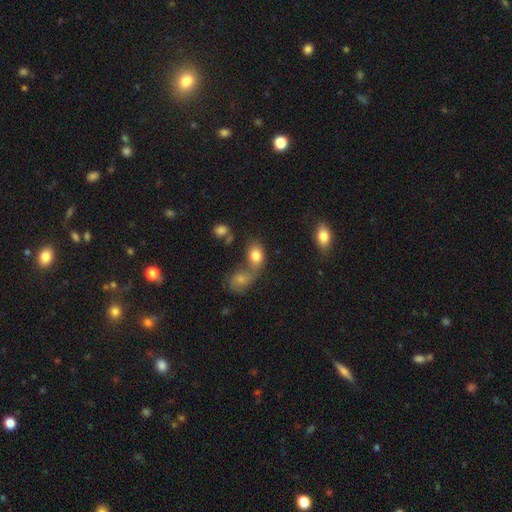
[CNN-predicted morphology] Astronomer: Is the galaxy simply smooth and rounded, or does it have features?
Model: smooth — 79%.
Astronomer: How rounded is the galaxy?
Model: in between — 76%.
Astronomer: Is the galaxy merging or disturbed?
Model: merger — 50% (runner-up: none, 33%).